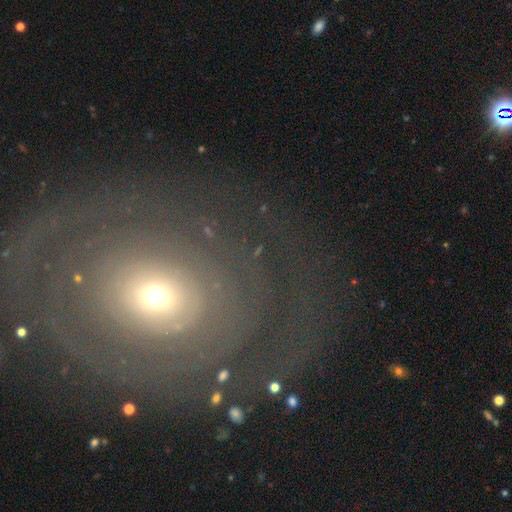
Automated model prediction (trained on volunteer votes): A featured or disk galaxy (62%) with no bar (87%), no spiral arms (51%) and a small central bulge (60%). Merging: none (74%).